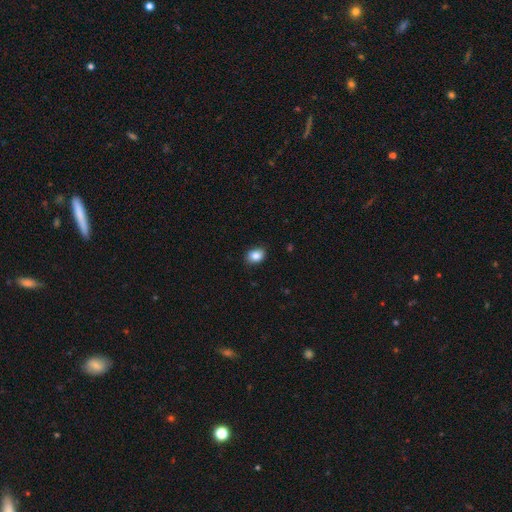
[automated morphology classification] Smooth or featured? smooth (87%)
How rounded? in between (65%)
Merging? none (86%)